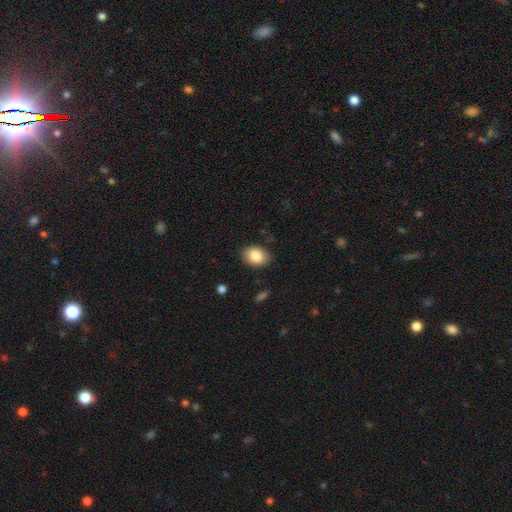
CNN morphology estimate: Smooth or featured? Predicted: smooth (p=0.85). How rounded? Predicted: in between (p=0.71). Merging? Predicted: none (p=0.86).